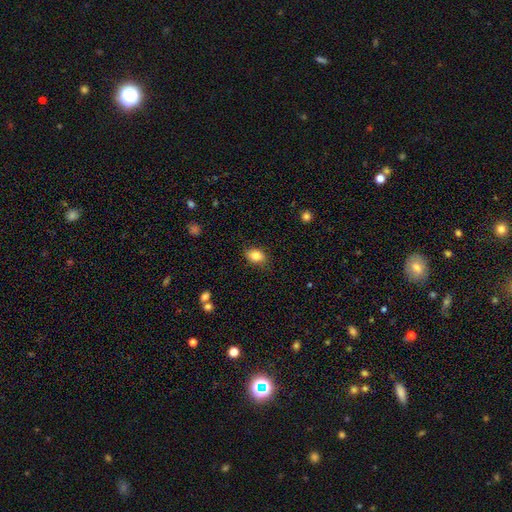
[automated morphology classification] A smooth galaxy with no disk features (84%) that is in between round and cigar-shaped (71%).

Vote fractions:
- Smooth or featured? smooth: 84% / star or artifact: 9% / featured or disk: 7%
- How rounded? in between: 71% / round: 27% / cigar-shaped: 1%
- Merging? none: 83% / minor disturbance: 13% / major disturbance: 3% / merger: 1%